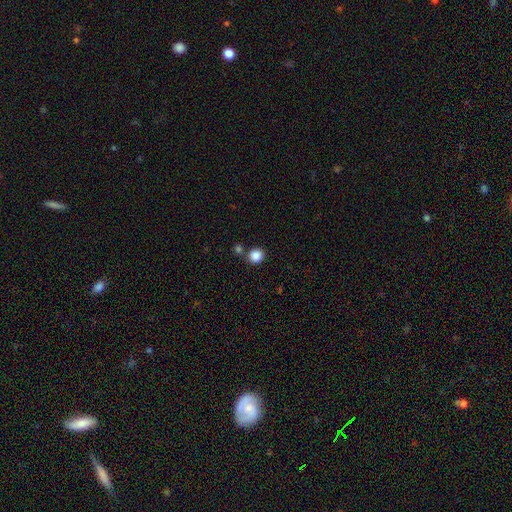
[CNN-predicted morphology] smooth_or_featured: smooth (p=0.86) [alt: star or artifact p=0.10]
how_rounded: round (p=0.88) [alt: in between p=0.11]
merging: none (p=0.78) [alt: merger p=0.12]